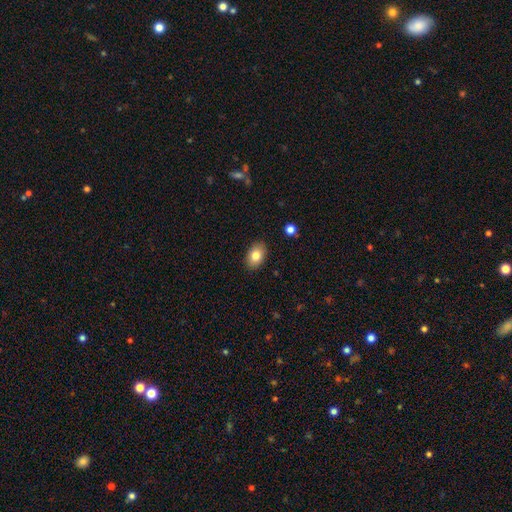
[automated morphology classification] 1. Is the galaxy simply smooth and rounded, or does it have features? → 82% smooth, 10% featured or disk, 8% star or artifact.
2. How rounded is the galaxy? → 86% in between, 13% round, 1% cigar-shaped.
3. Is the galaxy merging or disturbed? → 88% none, 9% minor disturbance, 2% major disturbance, 1% merger.